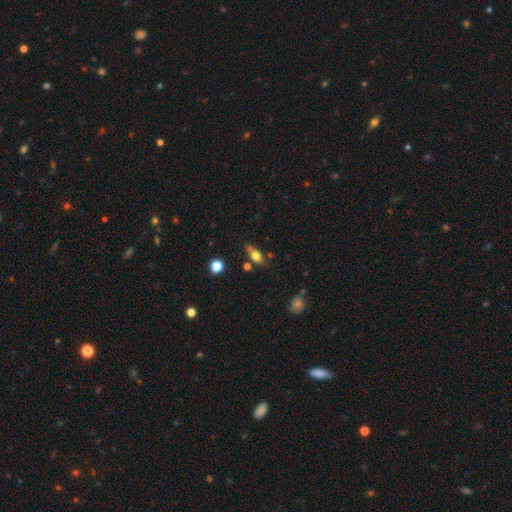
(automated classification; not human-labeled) Smooth or featured?
  - smooth: 72% *
  - featured or disk: 18%
  - star or artifact: 10%
How rounded?
  - in between: 73% *
  - round: 15%
  - cigar-shaped: 13%
Merging?
  - none: 54% *
  - minor disturbance: 27%
  - merger: 11%
  - major disturbance: 8%